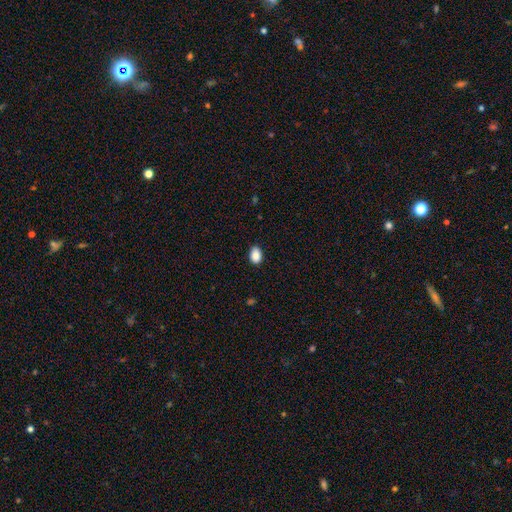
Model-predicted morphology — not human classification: Smooth or featured: smooth — 89% (star or artifact — 8%)
How rounded: in between — 82% (round — 17%)
Merging: none — 88% (minor disturbance — 9%)